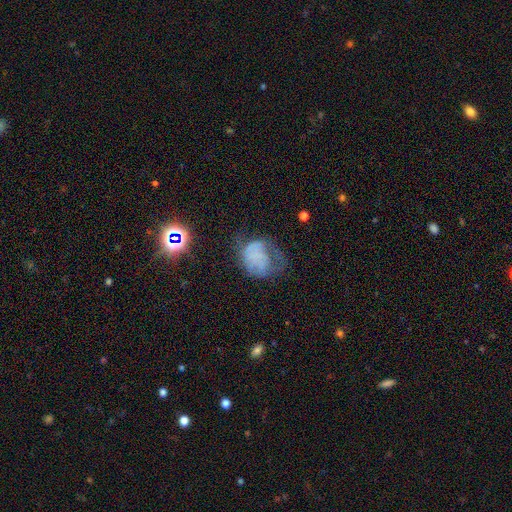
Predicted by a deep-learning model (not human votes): This is marginally a featured or disk galaxy (42%, tied with smooth). Merging: marginally major disturbance (43%).